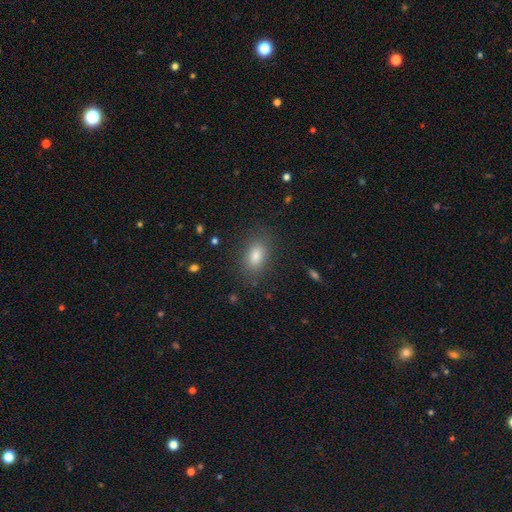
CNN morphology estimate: smooth 81%, star or artifact 11%, featured or disk 8%. Down the decision tree: how rounded — in between (85%); merging — none (85%).